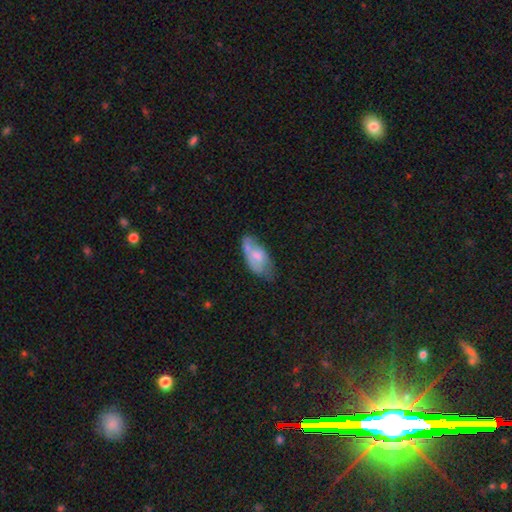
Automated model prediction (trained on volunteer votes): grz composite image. It shows a smooth galaxy with no disk features (59%) that is in between round and cigar-shaped (90%). Merging: none (41%).